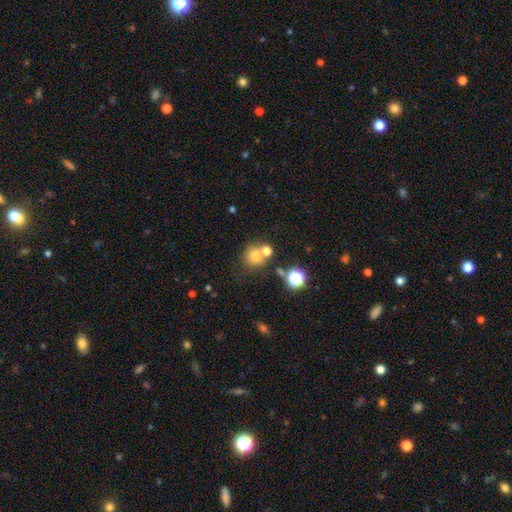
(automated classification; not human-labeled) Smooth or featured?
  - smooth: 72% *
  - star or artifact: 18%
  - featured or disk: 11%
How rounded?
  - round: 82% *
  - in between: 17%
  - cigar-shaped: 1%
Merging?
  - none: 54% *
  - merger: 29%
  - minor disturbance: 11%
  - major disturbance: 6%